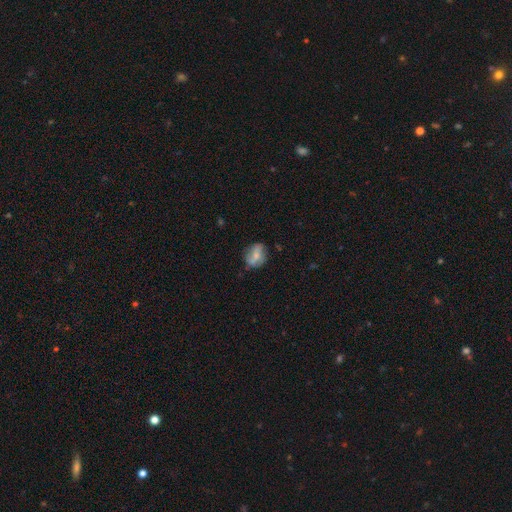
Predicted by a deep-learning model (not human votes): The model was most divided on "smooth or featured": smooth: 47%, featured or disk: 44%, star or artifact: 9%. More confident: merging — none (65%).